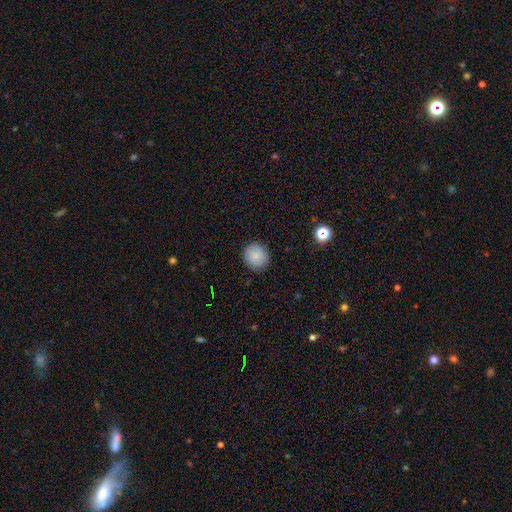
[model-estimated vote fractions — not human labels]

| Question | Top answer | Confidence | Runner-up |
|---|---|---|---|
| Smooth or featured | smooth | 83% | star or artifact (9%) |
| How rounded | round | 87% | in between (12%) |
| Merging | none | 88% | minor disturbance (9%) |